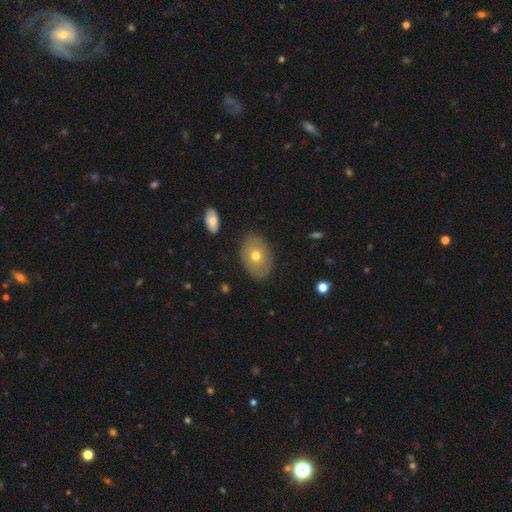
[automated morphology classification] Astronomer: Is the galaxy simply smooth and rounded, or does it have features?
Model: smooth — 59%.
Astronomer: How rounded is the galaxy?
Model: in between — 80%.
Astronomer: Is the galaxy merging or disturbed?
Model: none — 83%.